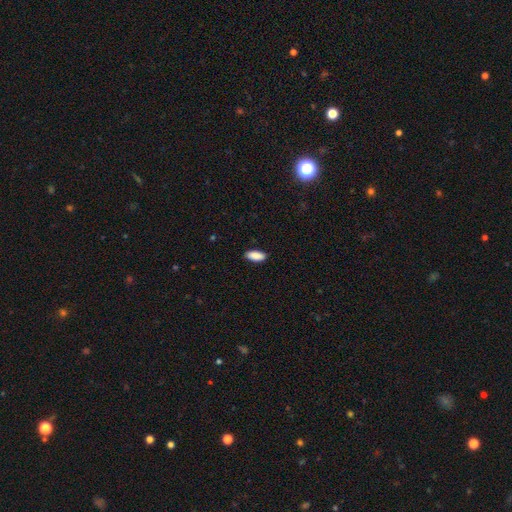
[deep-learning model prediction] smooth 90%, star or artifact 6%, featured or disk 4%. Down the decision tree: how rounded — in between (84%); merging — none (88%).